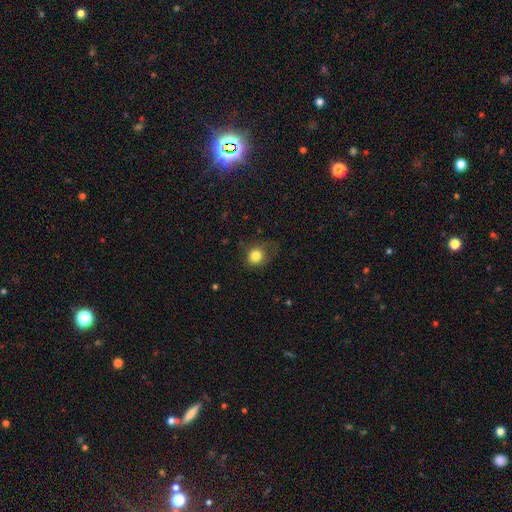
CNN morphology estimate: This is clearly a smooth galaxy (80%). How rounded: likely round (78%). Merging: likely none (61%).